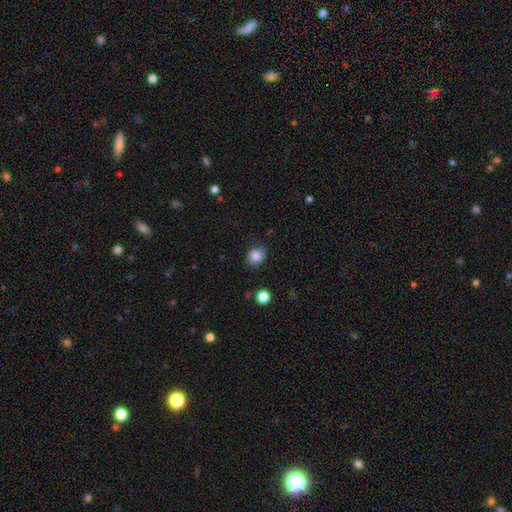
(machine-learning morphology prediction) Smooth or featured? Predicted: smooth (p=0.83). How rounded? Predicted: round (p=0.64). Merging? Predicted: none (p=0.77).